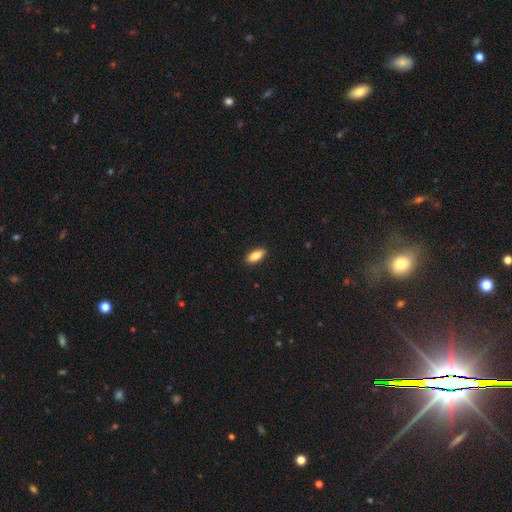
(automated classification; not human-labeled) smooth 83%, featured or disk 11%, star or artifact 6%. Down the decision tree: how rounded — in between (81%); merging — none (90%).